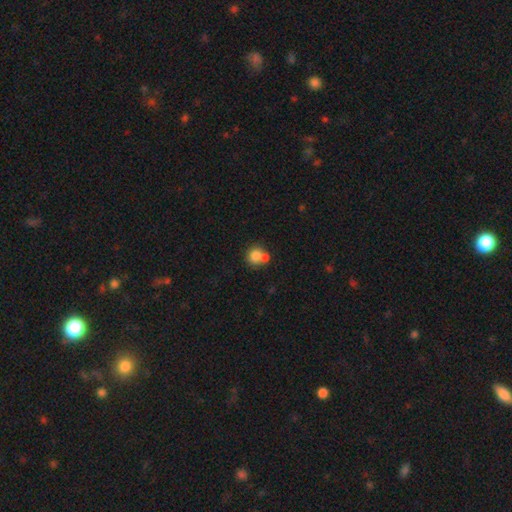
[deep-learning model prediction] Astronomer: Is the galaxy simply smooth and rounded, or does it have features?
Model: smooth — 79%.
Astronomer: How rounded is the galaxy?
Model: round — 82%.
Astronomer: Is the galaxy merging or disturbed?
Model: merger — 44% (runner-up: none, 43%).